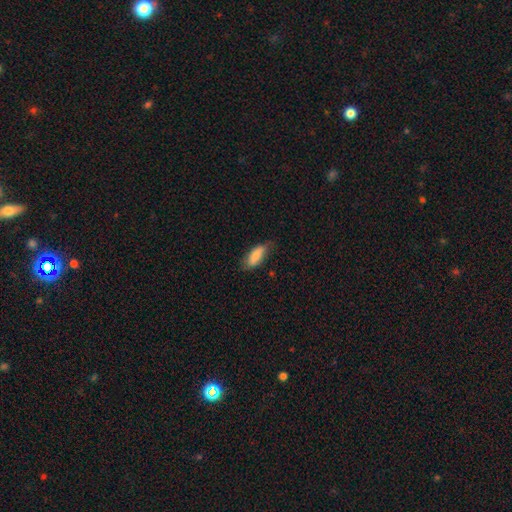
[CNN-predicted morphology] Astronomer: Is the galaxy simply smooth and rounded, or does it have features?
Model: smooth — 82%.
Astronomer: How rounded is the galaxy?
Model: in between — 77%.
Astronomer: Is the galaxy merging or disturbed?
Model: none — 63%.